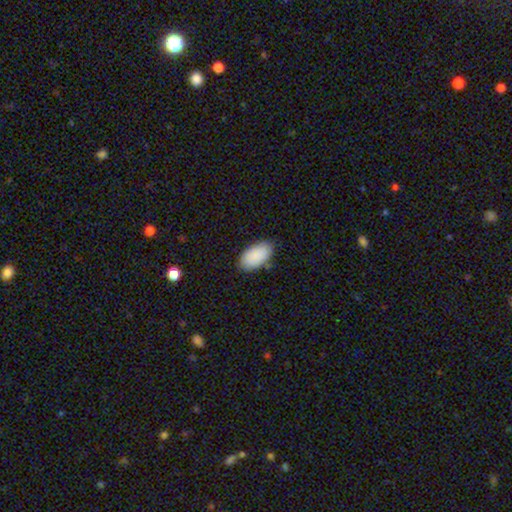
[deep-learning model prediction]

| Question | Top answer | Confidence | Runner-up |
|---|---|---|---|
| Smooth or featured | smooth | 90% | star or artifact (6%) |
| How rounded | in between | 96% | round (3%) |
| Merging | none | 81% | minor disturbance (15%) |